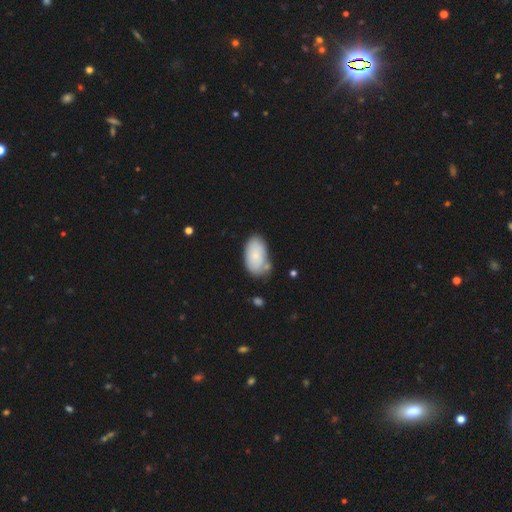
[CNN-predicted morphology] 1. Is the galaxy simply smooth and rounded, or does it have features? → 78% smooth, 16% featured or disk, 6% star or artifact.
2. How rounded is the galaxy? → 95% in between, 4% round, 2% cigar-shaped.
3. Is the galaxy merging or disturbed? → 64% none, 22% minor disturbance, 8% merger, 5% major disturbance.